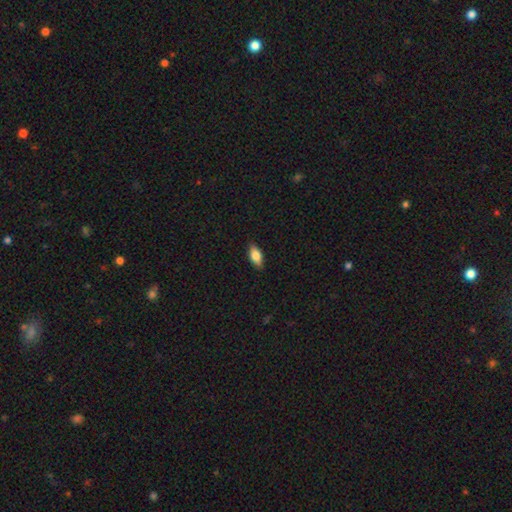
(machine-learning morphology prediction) smooth_or_featured: smooth (p=0.79) [alt: featured or disk p=0.14]
how_rounded: in between (p=0.87) [alt: cigar-shaped p=0.10]
merging: none (p=0.87) [alt: minor disturbance p=0.10]